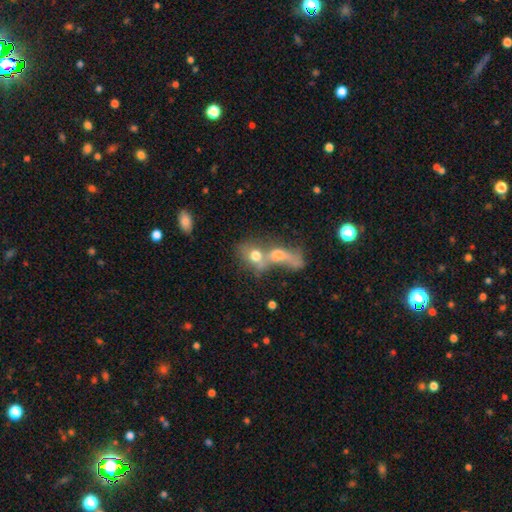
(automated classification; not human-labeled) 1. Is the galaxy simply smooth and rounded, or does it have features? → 61% smooth, 27% featured or disk, 12% star or artifact.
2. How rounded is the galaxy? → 53% in between, 42% round, 4% cigar-shaped.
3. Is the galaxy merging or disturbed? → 69% merger, 13% none, 11% major disturbance, 6% minor disturbance.